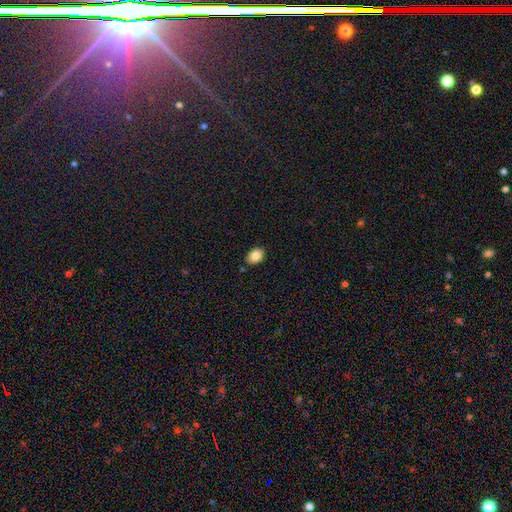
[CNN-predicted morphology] Smooth or featured? Predicted: smooth (p=0.82). How rounded? Predicted: in between (p=0.82). Merging? Predicted: none (p=0.85).